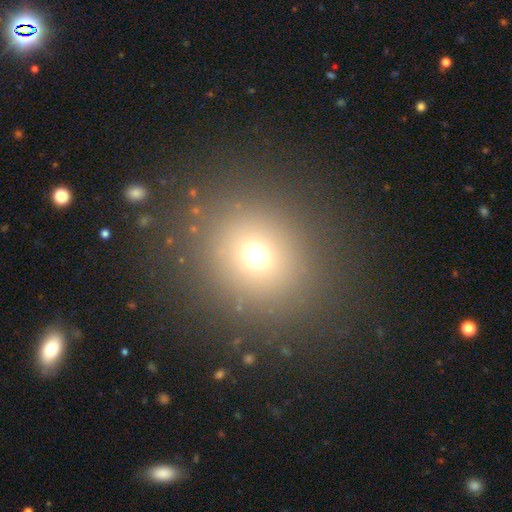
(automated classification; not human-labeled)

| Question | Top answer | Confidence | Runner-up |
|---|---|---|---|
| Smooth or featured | smooth | 68% | star or artifact (22%) |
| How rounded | round | 81% | in between (18%) |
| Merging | none | 87% | minor disturbance (7%) |